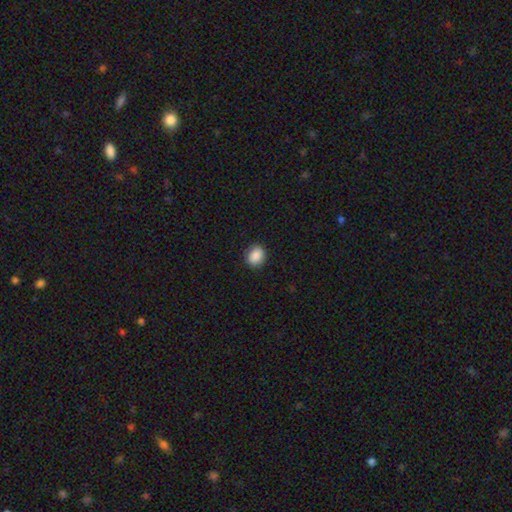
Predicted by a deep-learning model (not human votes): This is clearly a smooth galaxy (89%). How rounded: likely round (62%). Merging: clearly none (88%).